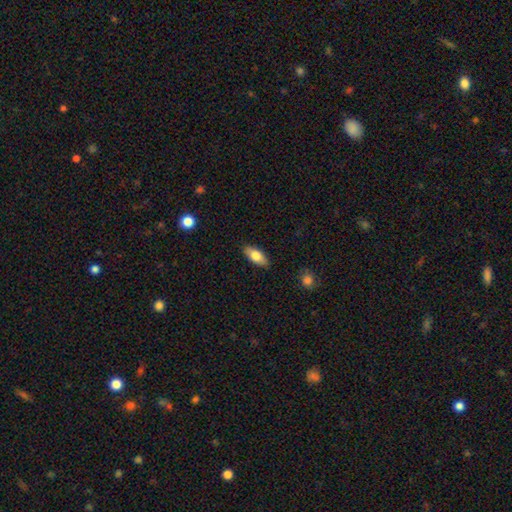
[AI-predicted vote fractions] A smooth galaxy with no disk features (76%) that is in between round and cigar-shaped (84%). Merging: none (87%).